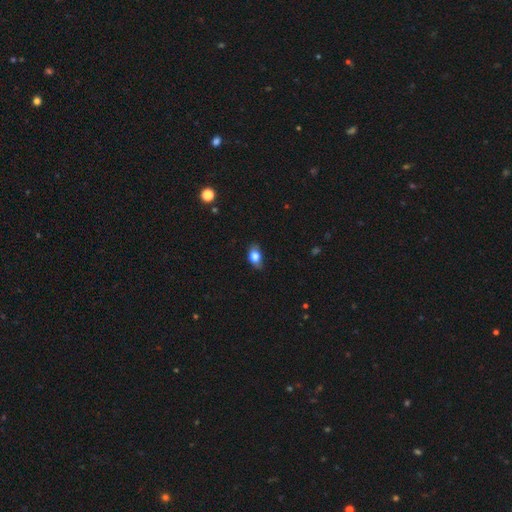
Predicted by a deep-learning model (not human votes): This appears to be a smooth galaxy with no disk features (79%) that is in between round and cigar-shaped (81%). Merging: none (69%).